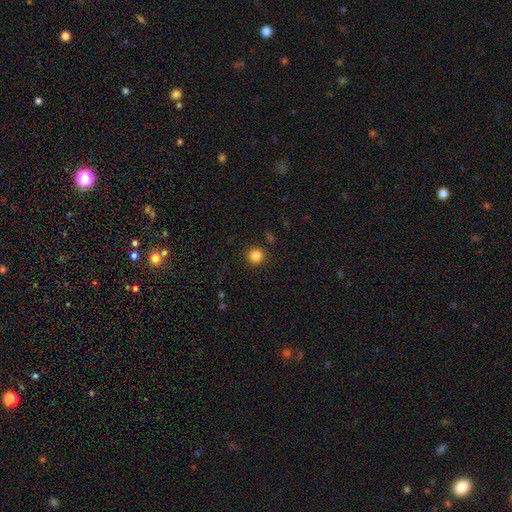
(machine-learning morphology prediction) Smooth or featured? smooth (85%)
How rounded? round (94%)
Merging? none (90%)